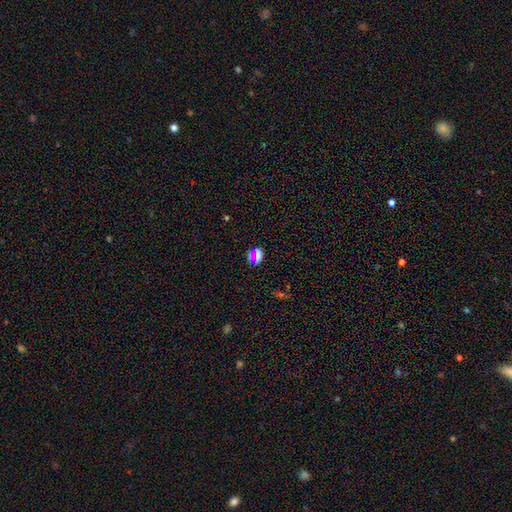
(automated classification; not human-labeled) A smooth galaxy with no disk features (56%) that is round (61%).

Vote fractions:
- Smooth or featured? smooth: 56% / star or artifact: 35% / featured or disk: 9%
- How rounded? round: 61% / in between: 33% / cigar-shaped: 7%
- Merging? none: 78% / minor disturbance: 12% / major disturbance: 6% / merger: 5%